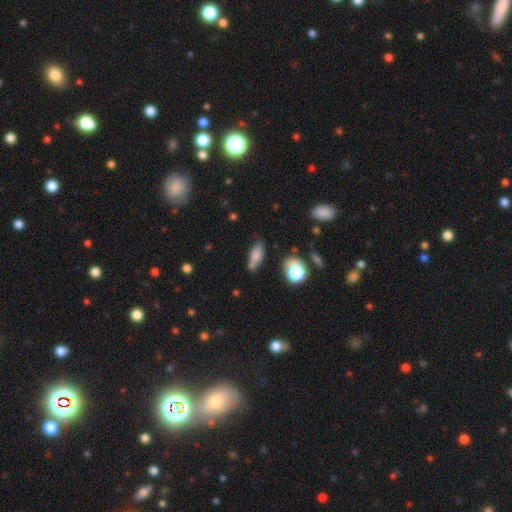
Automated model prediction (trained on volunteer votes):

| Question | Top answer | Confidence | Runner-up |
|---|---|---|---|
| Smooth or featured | smooth | 77% | featured or disk (12%) |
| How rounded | in between | 70% | cigar-shaped (24%) |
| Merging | none | 58% | minor disturbance (24%) |